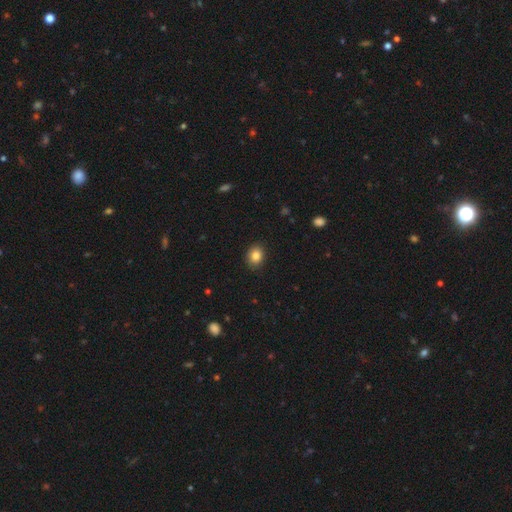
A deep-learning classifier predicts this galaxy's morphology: A smooth galaxy with no disk features (85%) that is round (52%). Merging: none (88%).